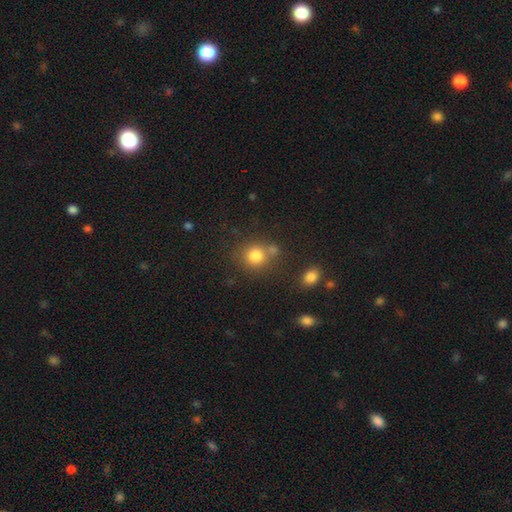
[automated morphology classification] Smooth or featured: smooth — 80% (star or artifact — 12%)
How rounded: round — 84% (in between — 15%)
Merging: none — 63% (merger — 20%)